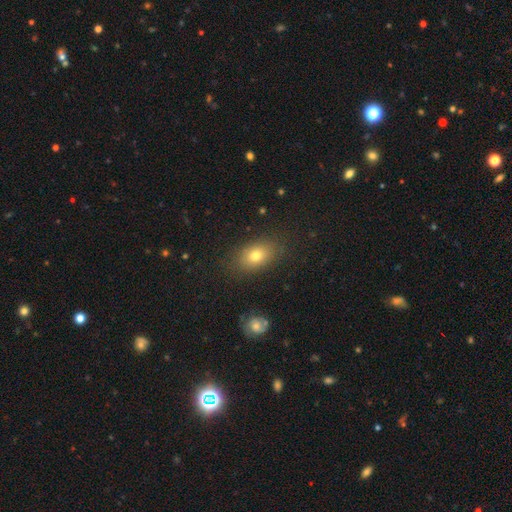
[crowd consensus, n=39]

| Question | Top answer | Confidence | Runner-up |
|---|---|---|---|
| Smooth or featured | smooth | 74% | featured or disk (23%) |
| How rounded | in between | 83% | round (17%) |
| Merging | none | 87% | minor disturbance (11%) |